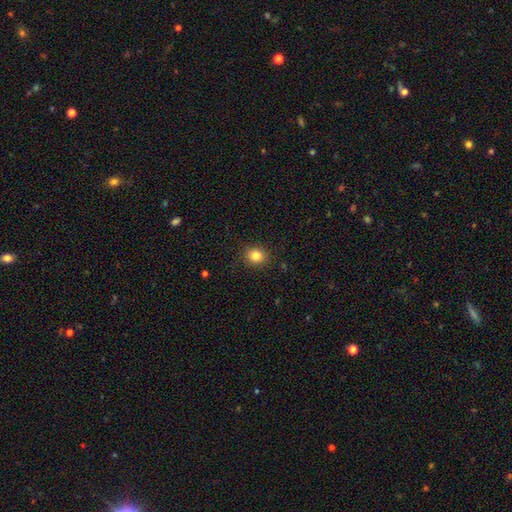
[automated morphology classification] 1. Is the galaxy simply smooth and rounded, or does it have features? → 84% smooth, 11% star or artifact, 5% featured or disk.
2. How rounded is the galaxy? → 76% round, 23% in between, 1% cigar-shaped.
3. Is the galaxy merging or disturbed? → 89% none, 7% minor disturbance, 2% major disturbance, 1% merger.